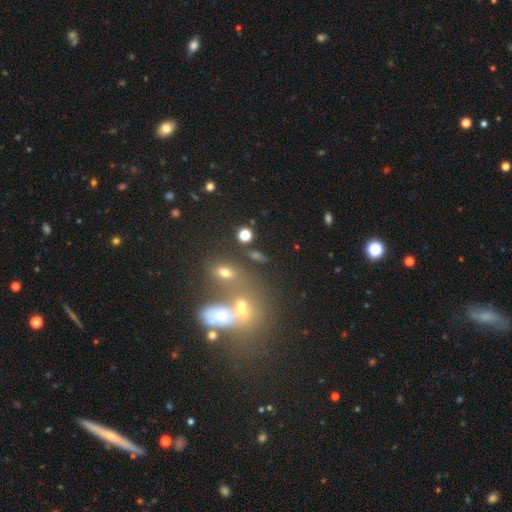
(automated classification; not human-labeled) smooth_or_featured: smooth (p=0.50) [alt: star or artifact p=0.28]
merging: none (p=0.46) [alt: merger p=0.32]